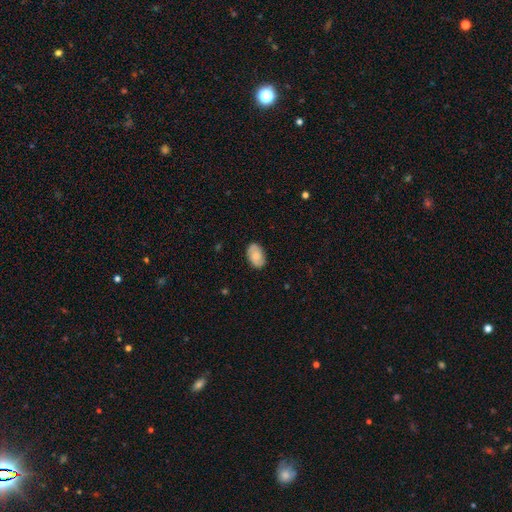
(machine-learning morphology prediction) smooth_or_featured: smooth (p=0.61) [alt: featured or disk p=0.32]
how_rounded: in between (p=0.90) [alt: round p=0.08]
merging: none (p=0.82) [alt: minor disturbance p=0.14]